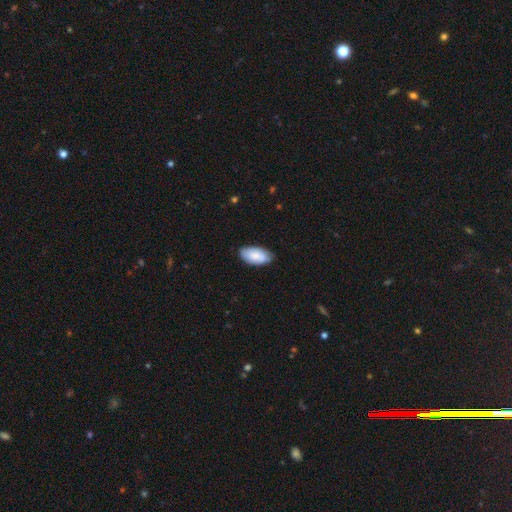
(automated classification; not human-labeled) Q: Smooth or featured?
A: smooth (81%); runner-up: featured or disk (13%)
Q: How rounded?
A: in between (95%); runner-up: cigar-shaped (3%)
Q: Merging?
A: none (76%); runner-up: minor disturbance (20%)